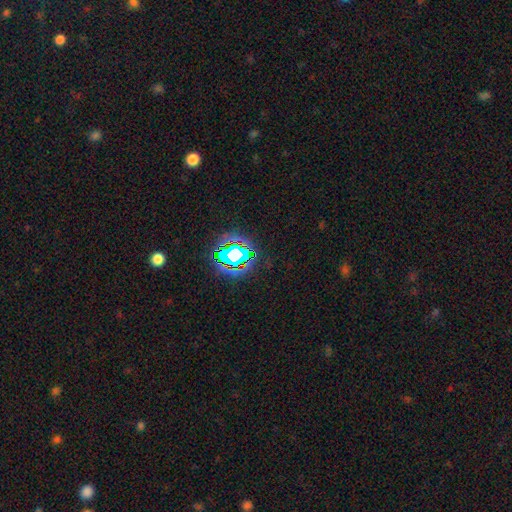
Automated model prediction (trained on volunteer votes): A star or artifact, not a galaxy (79%).

Vote fractions:
- Smooth or featured? star or artifact: 79% / smooth: 13% / featured or disk: 8%